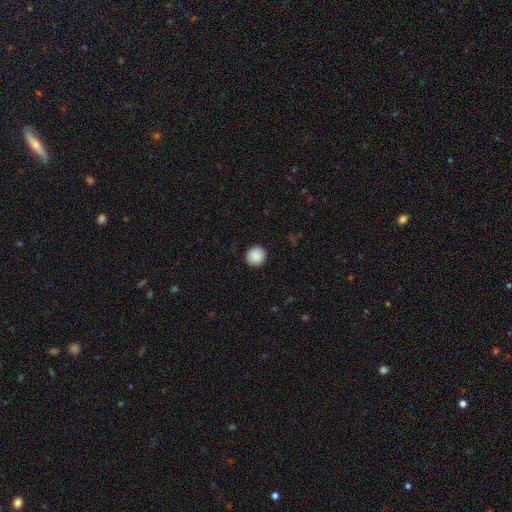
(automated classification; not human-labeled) Morphology: type=smooth (90%); roundness=round (93%); merging=none (91%).